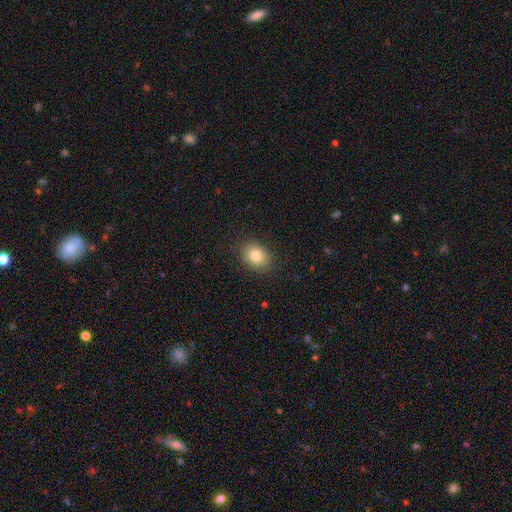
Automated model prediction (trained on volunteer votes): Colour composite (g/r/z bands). It shows a smooth galaxy with no disk features (82%) that is in between round and cigar-shaped (64%). Merging: none (87%).